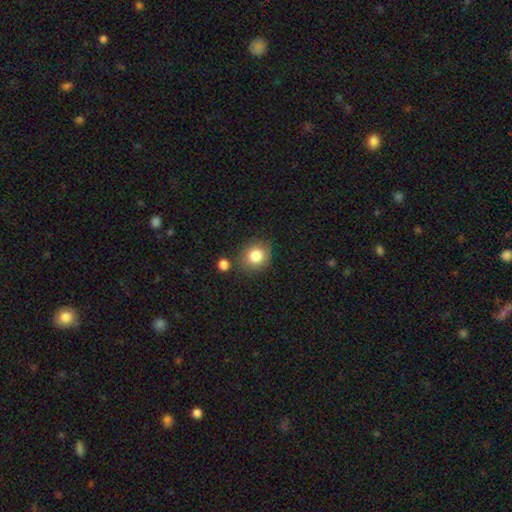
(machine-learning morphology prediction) Overall: smooth (83%). How rounded: round (77%). Merging: none (80%).